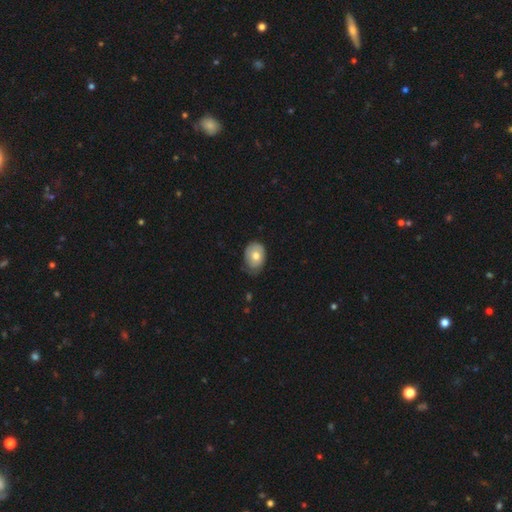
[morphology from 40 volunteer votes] This appears to be a smooth galaxy with no disk features (62%) that is in between round and cigar-shaped (68%). Merging: minor disturbance (50%).